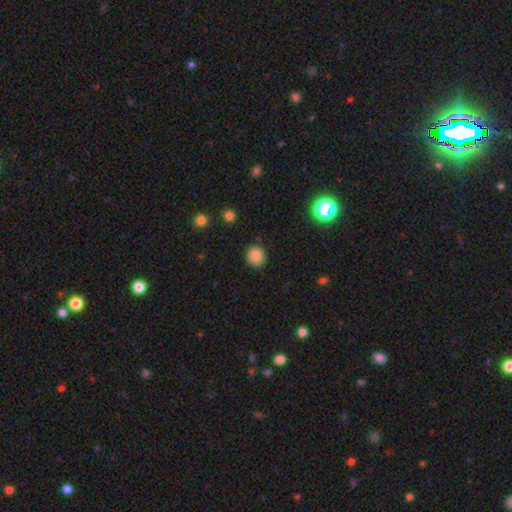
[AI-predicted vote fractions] This appears to be a smooth galaxy with no disk features (85%) that is round (91%). Merging: none (89%).